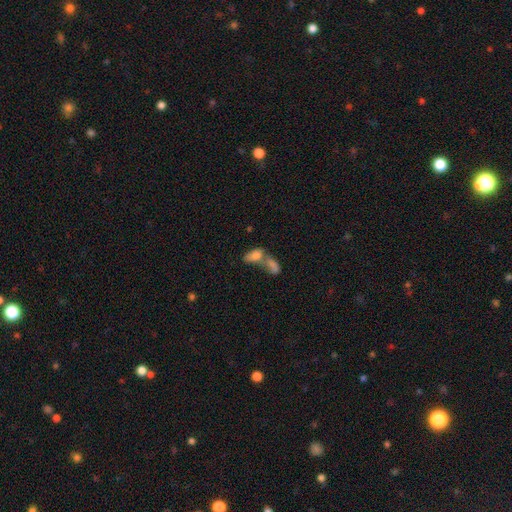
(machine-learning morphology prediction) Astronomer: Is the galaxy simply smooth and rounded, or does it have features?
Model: smooth — 77%.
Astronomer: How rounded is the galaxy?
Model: in between — 89%.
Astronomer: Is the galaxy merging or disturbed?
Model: merger — 70%.